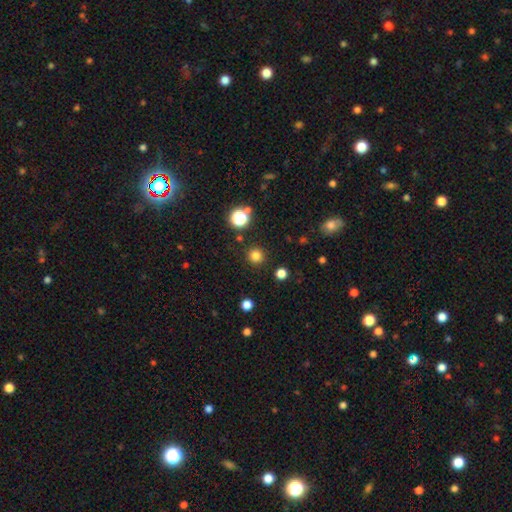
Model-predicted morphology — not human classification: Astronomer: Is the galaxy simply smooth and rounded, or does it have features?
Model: smooth — 80%.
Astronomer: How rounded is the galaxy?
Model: round — 95%.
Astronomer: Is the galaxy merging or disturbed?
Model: none — 90%.